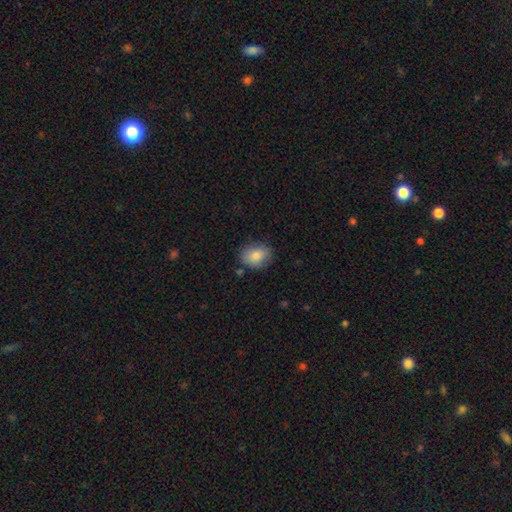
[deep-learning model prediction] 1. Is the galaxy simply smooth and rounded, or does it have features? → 82% smooth, 10% featured or disk, 8% star or artifact.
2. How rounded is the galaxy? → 58% in between, 41% round, 1% cigar-shaped.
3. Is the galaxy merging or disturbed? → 78% none, 16% minor disturbance, 3% major disturbance, 2% merger.